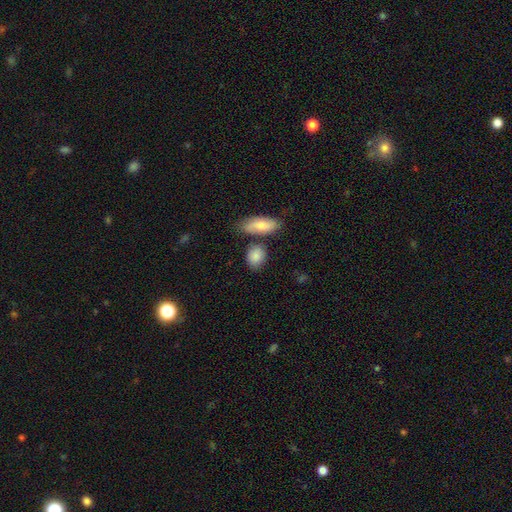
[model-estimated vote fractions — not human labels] Morphology: type=smooth (86%); roundness=in between (62%); merging=none (68%).